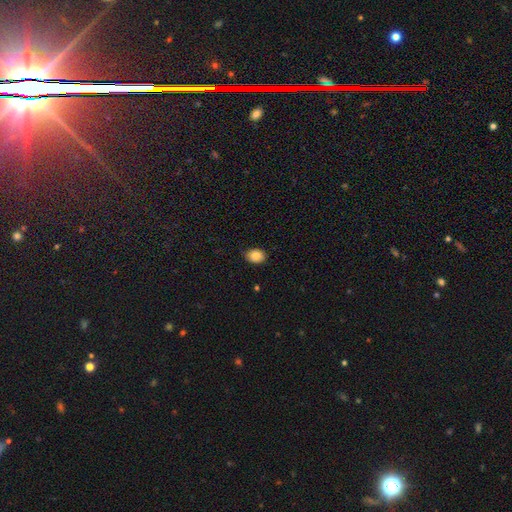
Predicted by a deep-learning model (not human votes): smooth-or-featured: smooth: 84% | star or artifact: 9% | featured or disk: 7%
  how-rounded: in between: 66% | round: 33% | cigar-shaped: 1%
  merging: none: 82% | minor disturbance: 15% | major disturbance: 2% | merger: 1%